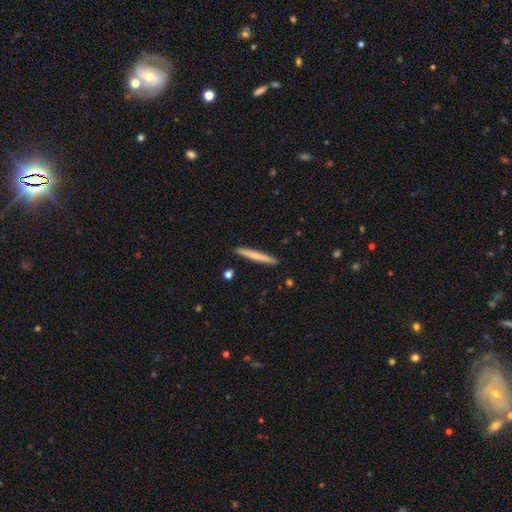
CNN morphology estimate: Smooth or featured? Predicted: smooth (p=0.65). How rounded? Predicted: cigar-shaped (p=0.96). Merging? Predicted: none (p=0.91).